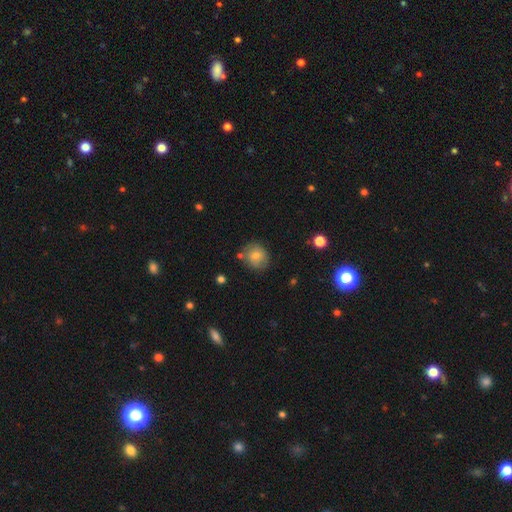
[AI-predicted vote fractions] Smooth or featured: smooth — 73% (featured or disk — 17%)
How rounded: round — 83% (in between — 16%)
Merging: none — 74% (minor disturbance — 16%)